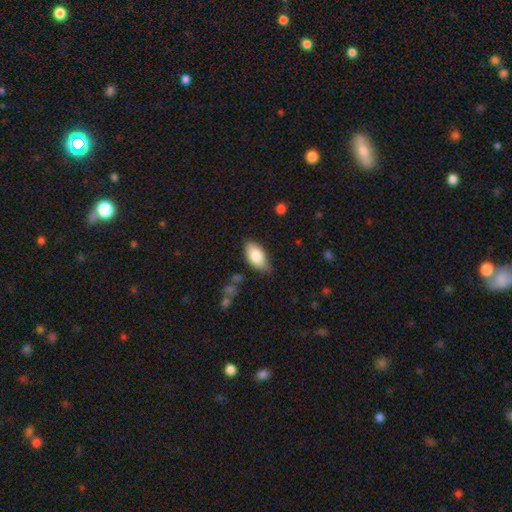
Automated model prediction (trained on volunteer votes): Smooth or featured: smooth — 83% (featured or disk — 11%)
How rounded: in between — 93% (cigar-shaped — 3%)
Merging: none — 69% (minor disturbance — 25%)